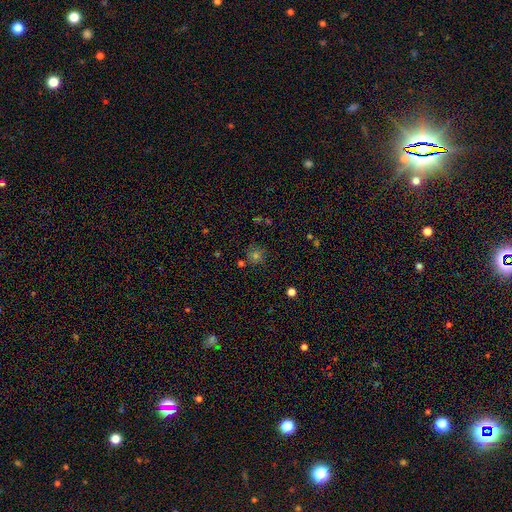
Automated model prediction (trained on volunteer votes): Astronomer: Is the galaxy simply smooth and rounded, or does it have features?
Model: smooth — 63%.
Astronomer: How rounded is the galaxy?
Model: round — 91%.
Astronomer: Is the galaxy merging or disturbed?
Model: none — 81%.